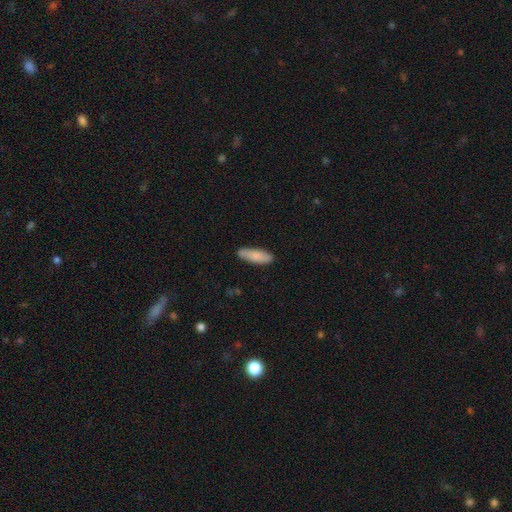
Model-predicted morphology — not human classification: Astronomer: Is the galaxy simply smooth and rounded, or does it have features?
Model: smooth — 83%.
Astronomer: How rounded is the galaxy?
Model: cigar-shaped — 53% (runner-up: in between, 45%).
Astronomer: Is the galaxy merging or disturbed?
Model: none — 86%.